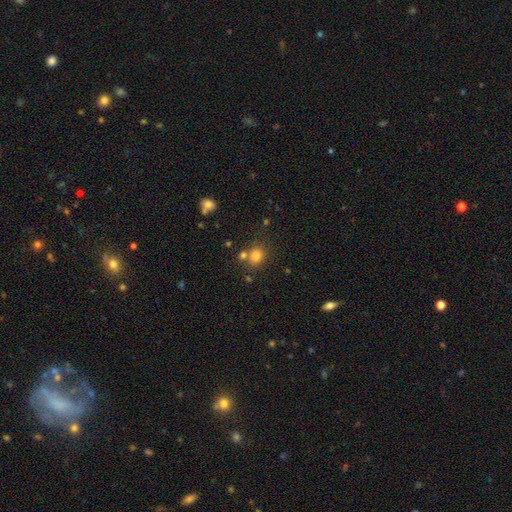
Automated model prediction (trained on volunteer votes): smooth 79%, star or artifact 14%, featured or disk 7%. Down the decision tree: how rounded — round (73%); merging — none (66%).